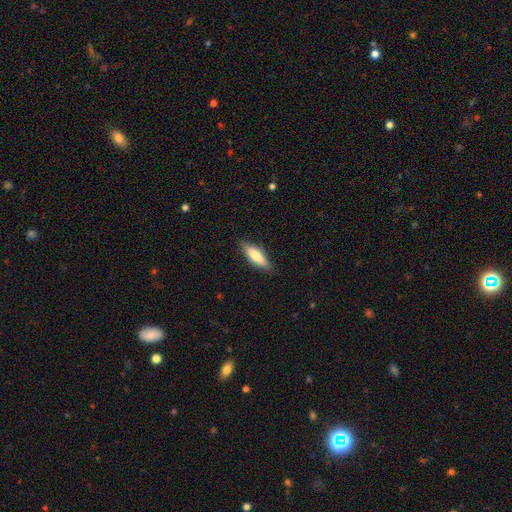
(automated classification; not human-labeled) smooth_or_featured: smooth (p=0.68) [alt: featured or disk p=0.26]
how_rounded: cigar-shaped (p=0.50) [alt: in between p=0.49]
merging: none (p=0.86) [alt: minor disturbance p=0.11]